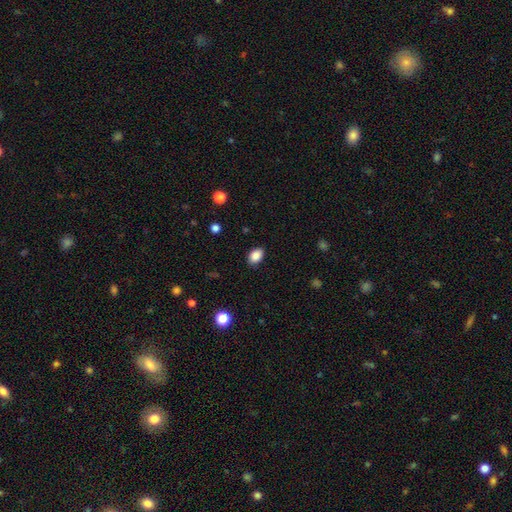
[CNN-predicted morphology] smooth_or_featured: smooth (p=0.88) [alt: star or artifact p=0.08]
how_rounded: in between (p=0.82) [alt: round p=0.17]
merging: none (p=0.87) [alt: minor disturbance p=0.09]